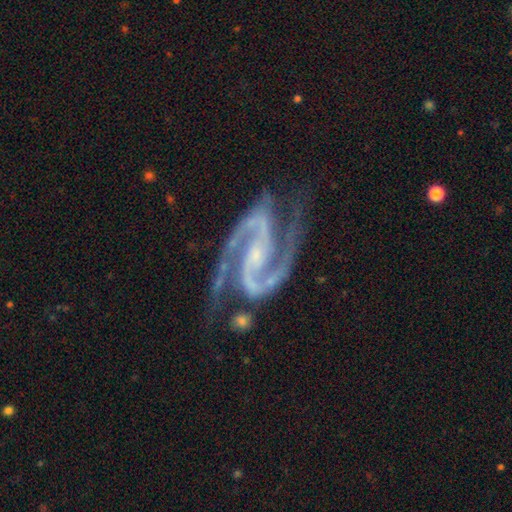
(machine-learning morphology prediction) This appears to be a featured or disk galaxy (95%) with a weak bar (37%), 2 (94%) medium (64%) spiral arms (99%) and a small central bulge (69%). Merging: none (67%).